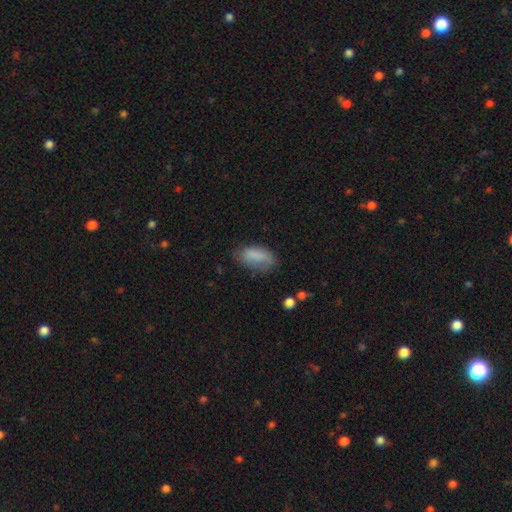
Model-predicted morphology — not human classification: smooth 81%, featured or disk 12%, star or artifact 8%. Down the decision tree: how rounded — in between (90%); merging — none (58%).